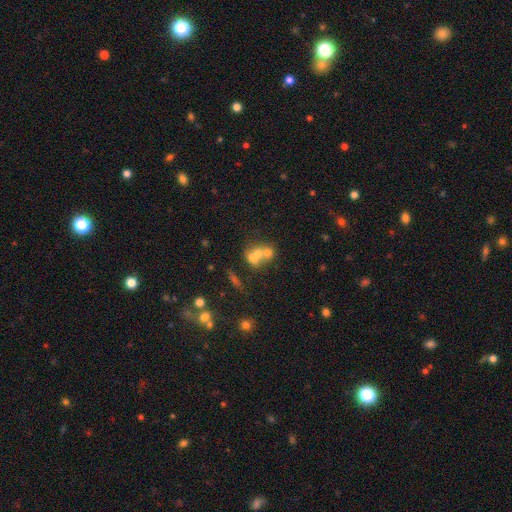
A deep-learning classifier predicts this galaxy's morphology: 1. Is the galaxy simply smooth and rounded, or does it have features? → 54% smooth, 32% featured or disk, 14% star or artifact.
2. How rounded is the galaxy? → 67% round, 32% in between, 2% cigar-shaped.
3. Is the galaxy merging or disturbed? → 64% merger, 25% none, 6% minor disturbance, 5% major disturbance.